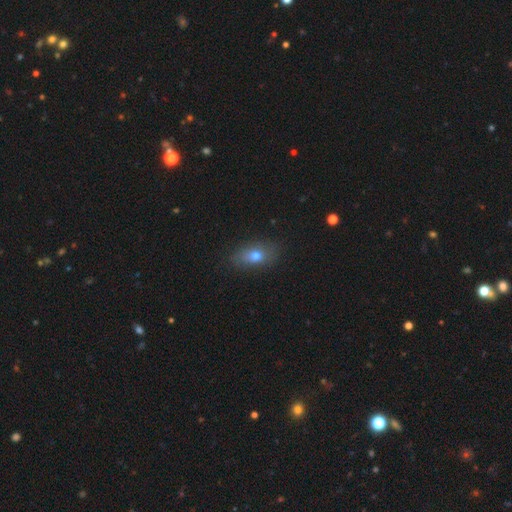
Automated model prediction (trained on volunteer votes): Smooth or featured: smooth — 70% (featured or disk — 19%)
How rounded: in between — 79% (round — 15%)
Merging: none — 80% (minor disturbance — 15%)